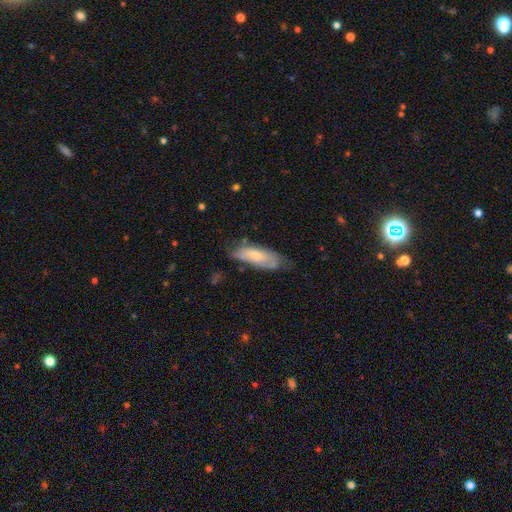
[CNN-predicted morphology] Q: Smooth or featured?
A: smooth (62%); runner-up: featured or disk (32%)
Q: How rounded?
A: in between (67%); runner-up: cigar-shaped (32%)
Q: Merging?
A: none (50%); runner-up: minor disturbance (34%)